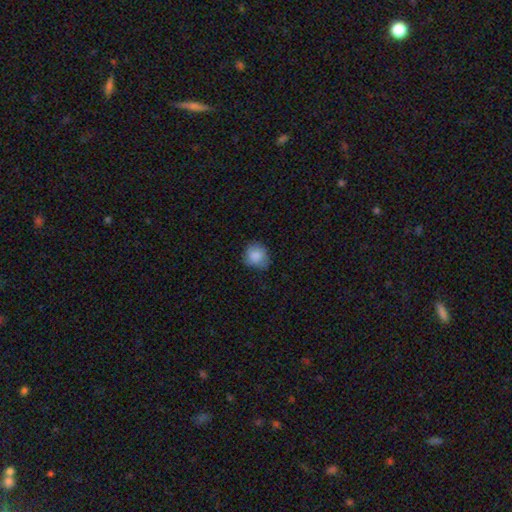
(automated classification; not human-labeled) Overall: smooth (85%). How rounded: round (78%). Merging: none (72%).